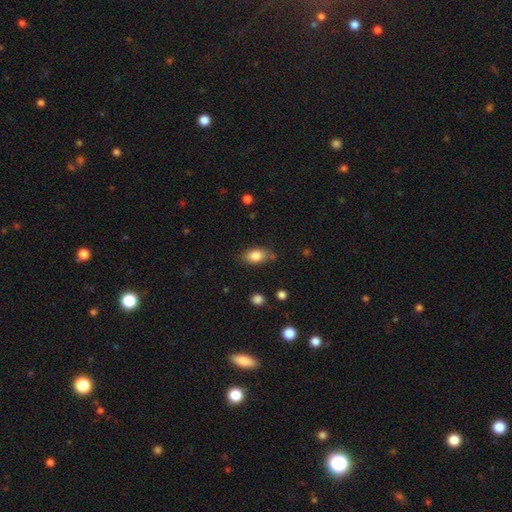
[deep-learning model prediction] smooth-or-featured: smooth: 83% | featured or disk: 9% | star or artifact: 8%
  how-rounded: in between: 87% | round: 9% | cigar-shaped: 4%
  merging: none: 75% | minor disturbance: 18% | major disturbance: 4% | merger: 3%